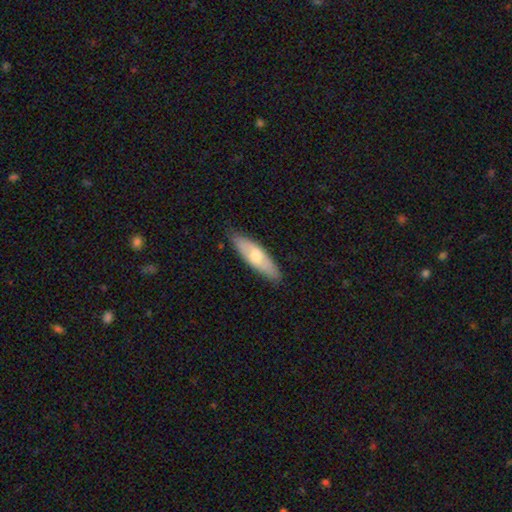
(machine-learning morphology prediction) smooth-or-featured: smooth: 61% | featured or disk: 34% | star or artifact: 5%
  how-rounded: cigar-shaped: 53% | in between: 45% | round: 2%
  merging: none: 85% | minor disturbance: 12% | major disturbance: 2% | merger: 1%